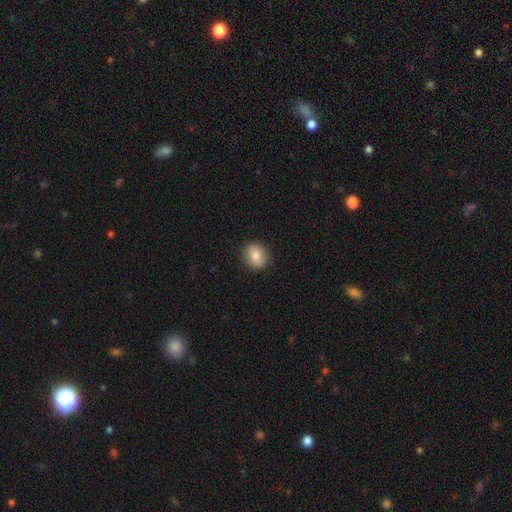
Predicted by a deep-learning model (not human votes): smooth-or-featured: smooth: 82% | featured or disk: 10% | star or artifact: 8%
  how-rounded: round: 65% | in between: 34% | cigar-shaped: 1%
  merging: none: 90% | minor disturbance: 7% | major disturbance: 2% | merger: 1%